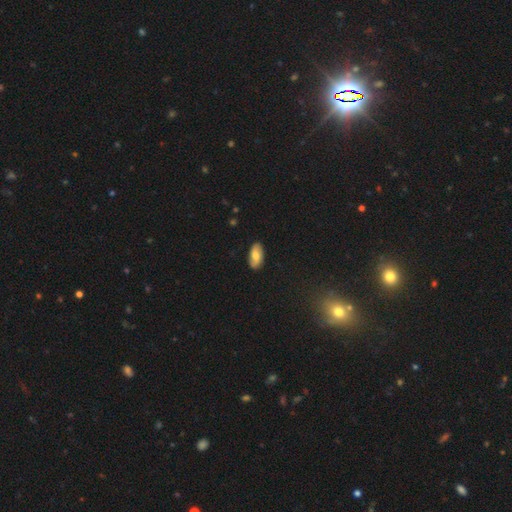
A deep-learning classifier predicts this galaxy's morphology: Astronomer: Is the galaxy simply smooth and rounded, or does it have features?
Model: smooth — 66%.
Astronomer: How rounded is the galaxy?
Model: in between — 92%.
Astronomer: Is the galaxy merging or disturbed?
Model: none — 86%.